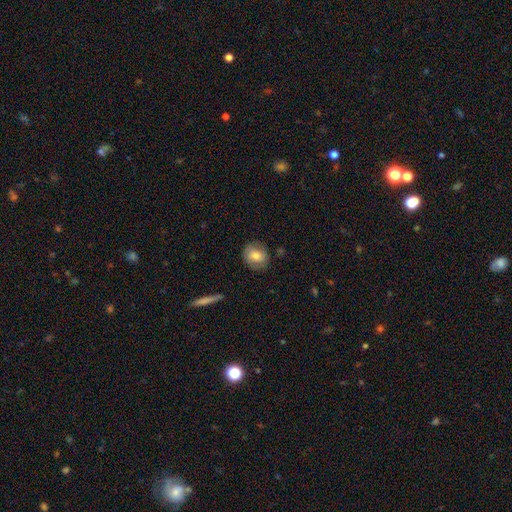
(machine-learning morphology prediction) Smooth or featured? Predicted: smooth (p=0.70). How rounded? Predicted: round (p=0.71). Merging? Predicted: none (p=0.80).